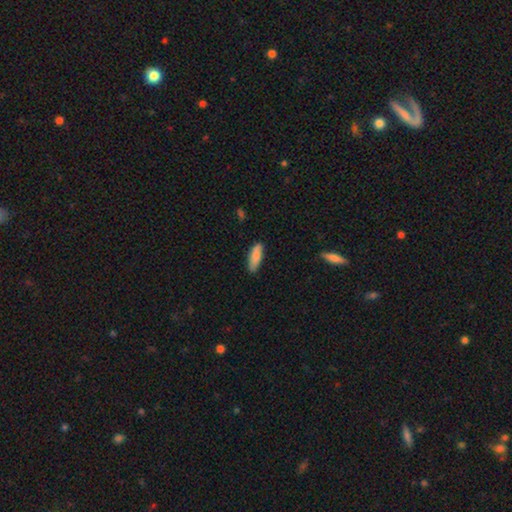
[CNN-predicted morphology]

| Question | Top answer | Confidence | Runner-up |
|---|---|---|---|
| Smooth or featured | smooth | 86% | featured or disk (8%) |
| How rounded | in between | 55% | cigar-shaped (43%) |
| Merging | none | 83% | minor disturbance (13%) |